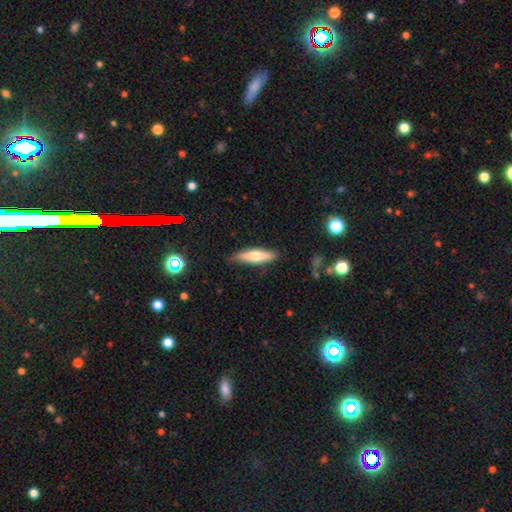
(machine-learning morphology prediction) A smooth galaxy with no disk features (61%) that is cigar-shaped (69%).

Vote fractions:
- Smooth or featured? smooth: 61% / featured or disk: 33% / star or artifact: 6%
- How rounded? cigar-shaped: 69% / in between: 29% / round: 2%
- Merging? none: 81% / minor disturbance: 15% / major disturbance: 3% / merger: 1%